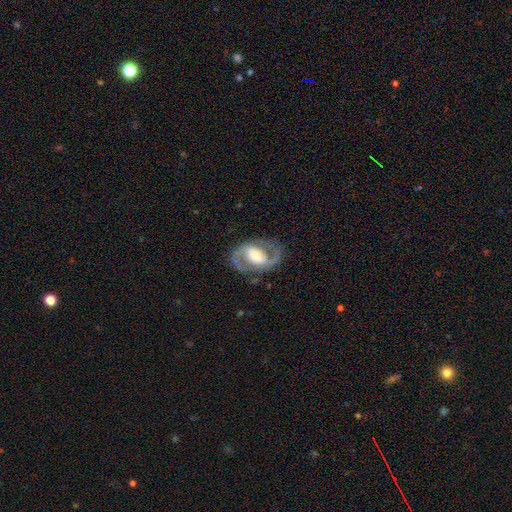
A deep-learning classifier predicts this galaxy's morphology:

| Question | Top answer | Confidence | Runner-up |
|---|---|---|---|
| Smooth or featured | featured or disk | 88% | smooth (7%) |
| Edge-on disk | no | 97% | yes (3%) |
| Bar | weak | 41% | strong (31%) |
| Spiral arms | yes | 94% | no (6%) |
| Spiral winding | medium | 60% | tight (21%) |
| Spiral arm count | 2 | 92% | can't tell (3%) |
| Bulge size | moderate | 60% | small (21%) |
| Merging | none | 82% | minor disturbance (11%) |